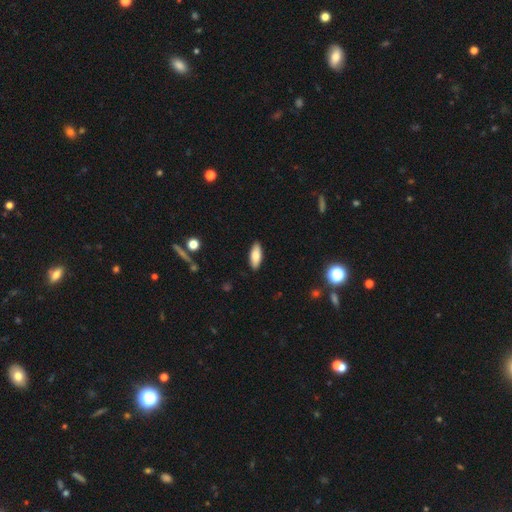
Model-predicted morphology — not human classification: Smooth or featured? smooth (79%)
How rounded? in between (75%)
Merging? none (89%)